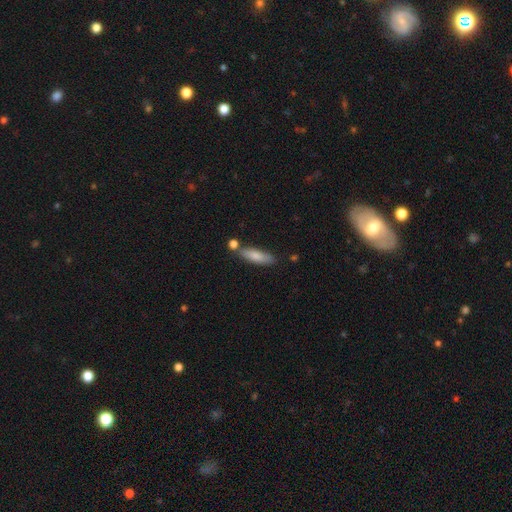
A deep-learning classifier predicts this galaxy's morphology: Smooth or featured? smooth (79%)
How rounded? cigar-shaped (57%)
Merging? none (70%)